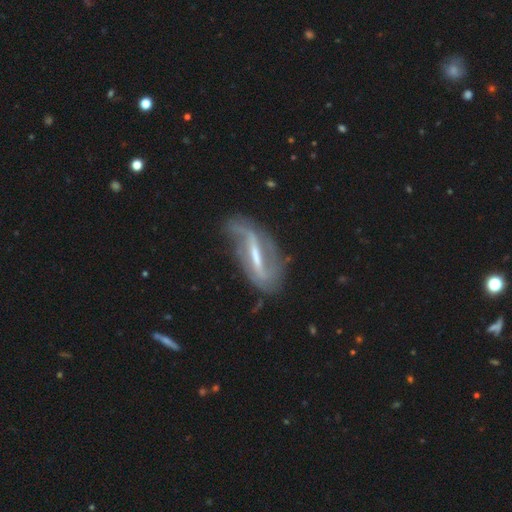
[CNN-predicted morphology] Smooth or featured? Predicted: featured or disk (p=0.82). Edge-on disk? Predicted: no (p=0.84). Bar? Predicted: strong (p=0.68). Spiral arms? Predicted: yes (p=0.86). Spiral winding? Predicted: loose (p=0.58). Spiral arm count? Predicted: 2 (p=0.78). Bulge size? Predicted: small (p=0.40). Merging? Predicted: none (p=0.60).